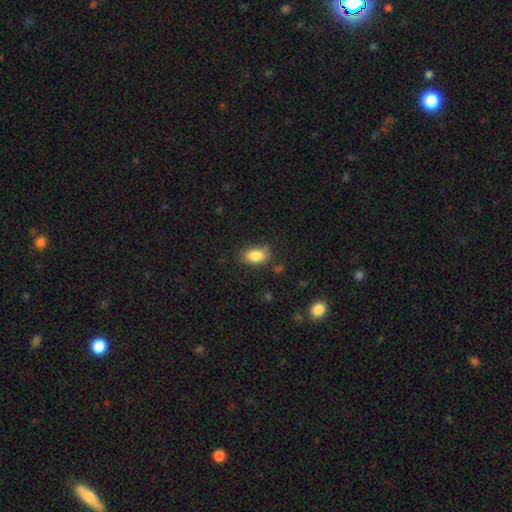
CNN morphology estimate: Overall: smooth (86%). How rounded: in between (88%). Merging: none (77%).